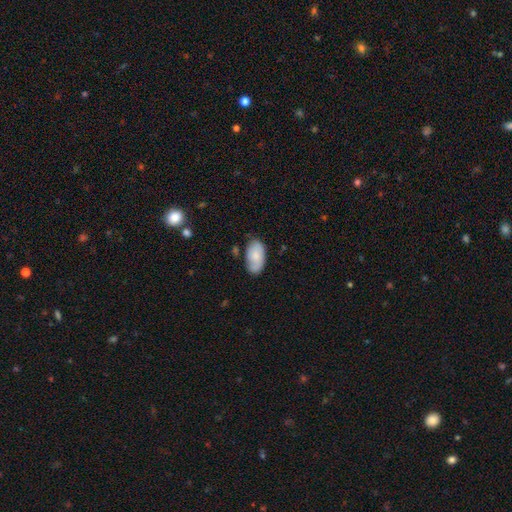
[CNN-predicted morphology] A smooth galaxy with no disk features (71%) that is in between round and cigar-shaped (95%). Merging: none (69%).